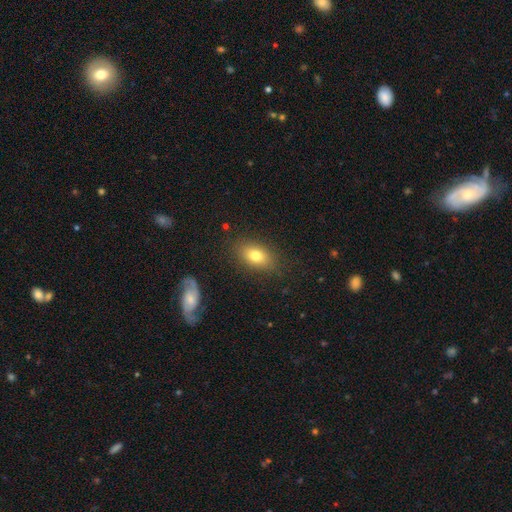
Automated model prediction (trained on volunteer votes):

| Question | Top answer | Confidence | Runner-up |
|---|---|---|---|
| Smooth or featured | smooth | 76% | featured or disk (14%) |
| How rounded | in between | 84% | round (14%) |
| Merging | none | 84% | minor disturbance (11%) |